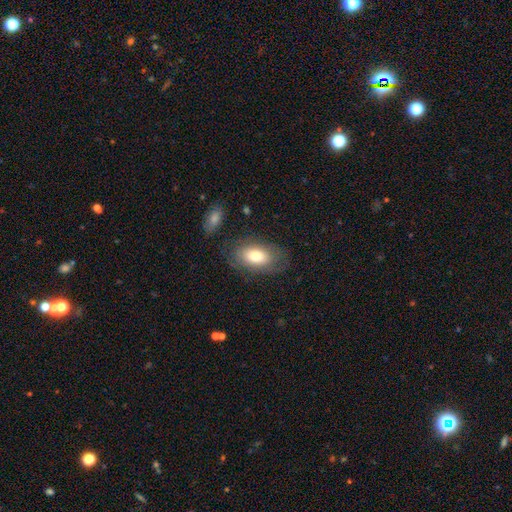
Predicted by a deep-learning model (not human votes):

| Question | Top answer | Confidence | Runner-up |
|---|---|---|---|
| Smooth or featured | smooth | 71% | featured or disk (22%) |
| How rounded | in between | 91% | round (6%) |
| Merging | none | 75% | minor disturbance (16%) |